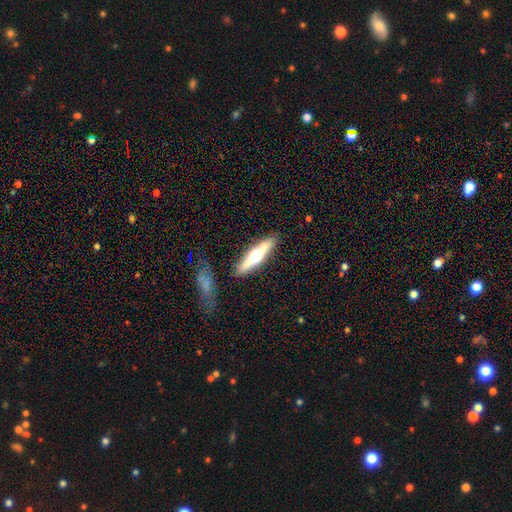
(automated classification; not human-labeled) smooth-or-featured: featured or disk: 58% | smooth: 36% | star or artifact: 6%
  disk-edge-on: yes: 92% | no: 8%
    edge-on-bulge: rounded: 93% | none: 4% | boxy: 3%
  merging: none: 85% | minor disturbance: 10% | merger: 3% | major disturbance: 3%